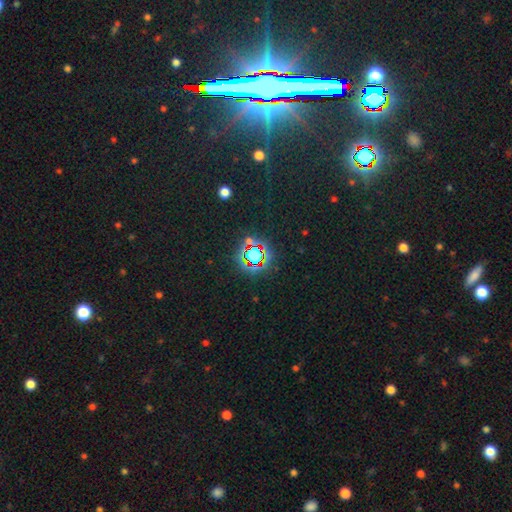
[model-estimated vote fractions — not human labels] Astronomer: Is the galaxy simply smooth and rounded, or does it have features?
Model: star or artifact — 71%.